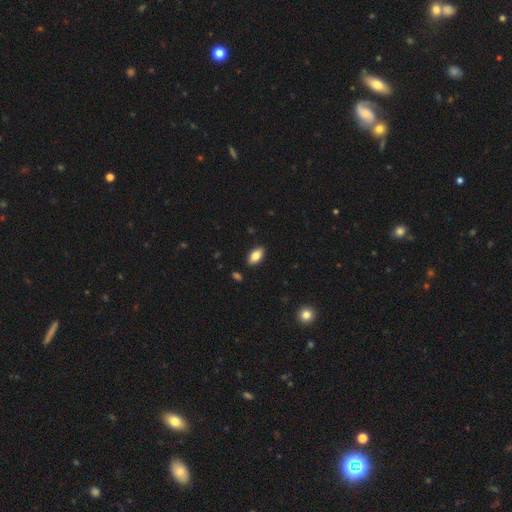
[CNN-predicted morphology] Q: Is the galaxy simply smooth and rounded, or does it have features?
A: smooth — 83%.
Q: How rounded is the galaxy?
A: in between — 93%.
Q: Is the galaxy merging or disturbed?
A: none — 88%.